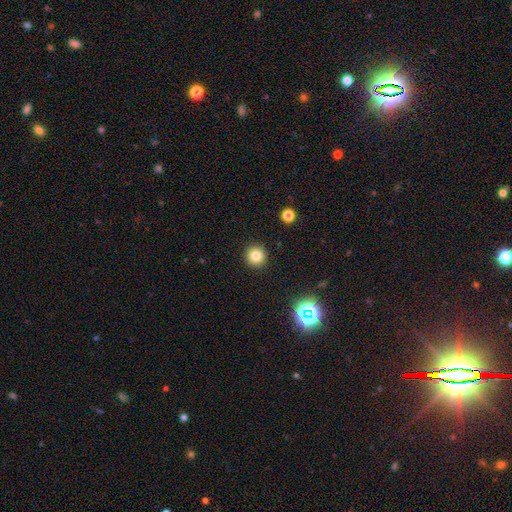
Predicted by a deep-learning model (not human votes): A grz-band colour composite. It shows a smooth galaxy with no disk features (81%) that is round (94%). Merging: none (92%).